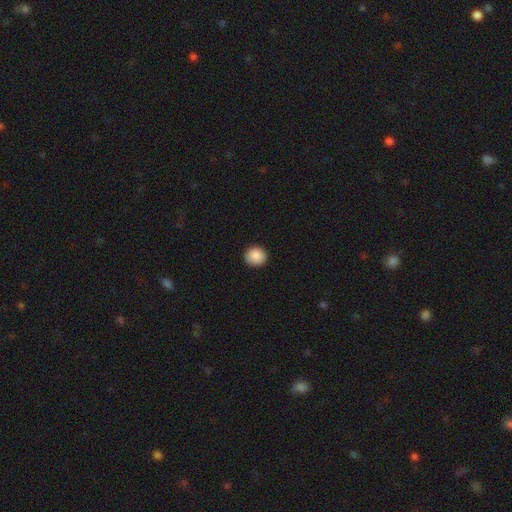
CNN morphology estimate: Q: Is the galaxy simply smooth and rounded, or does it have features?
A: smooth — 89%.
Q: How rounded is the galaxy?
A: round — 88%.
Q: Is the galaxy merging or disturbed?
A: none — 91%.